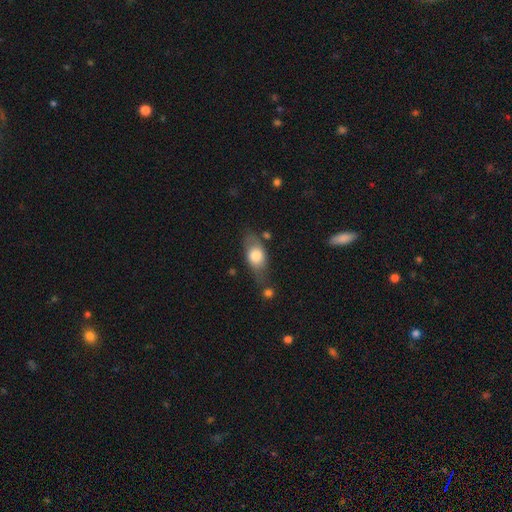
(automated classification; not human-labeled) smooth 70%, featured or disk 24%, star or artifact 6%. Down the decision tree: how rounded — in between (80%); merging — none (61%).